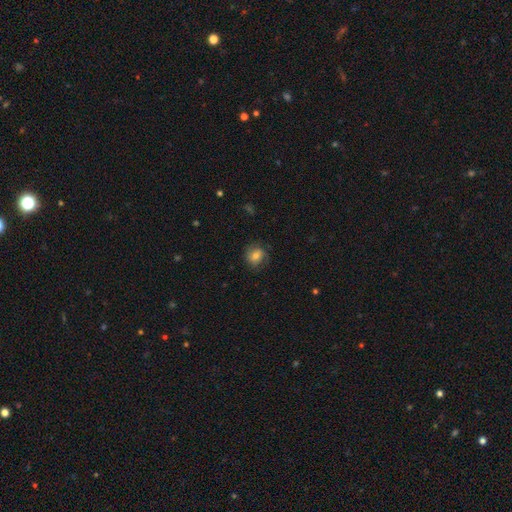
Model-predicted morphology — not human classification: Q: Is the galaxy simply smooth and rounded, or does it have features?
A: smooth — 64%.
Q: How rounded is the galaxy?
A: round — 75%.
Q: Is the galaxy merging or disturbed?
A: none — 73%.